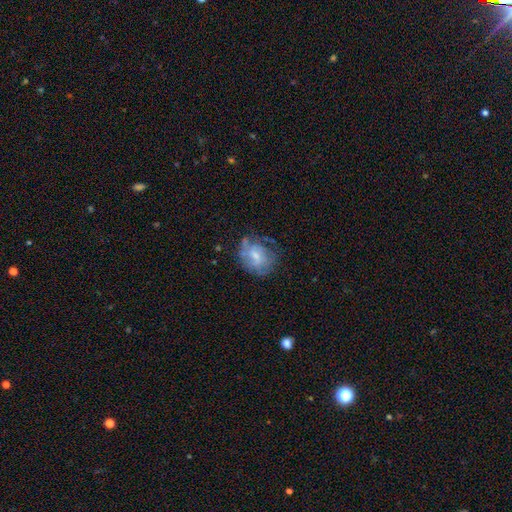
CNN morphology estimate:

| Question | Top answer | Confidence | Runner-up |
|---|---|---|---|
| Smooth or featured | featured or disk | 52% | smooth (39%) |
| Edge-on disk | no | 97% | yes (3%) |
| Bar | no | 52% | weak (41%) |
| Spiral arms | yes | 57% | no (43%) |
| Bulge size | moderate | 42% | small (40%) |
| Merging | none | 50% | minor disturbance (28%) |